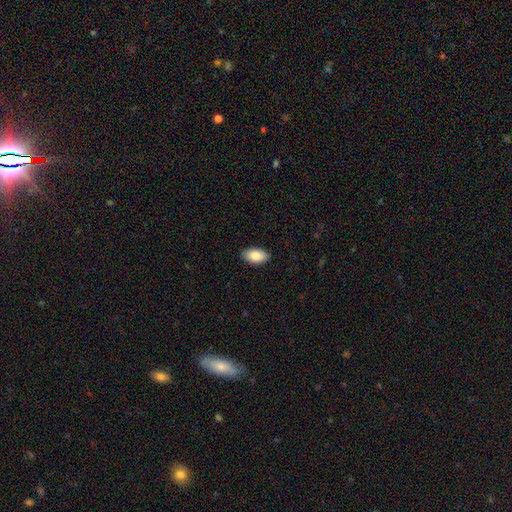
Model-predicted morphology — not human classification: smooth_or_featured: smooth (p=0.86) [alt: featured or disk p=0.07]
how_rounded: in between (p=0.95) [alt: round p=0.03]
merging: none (p=0.89) [alt: minor disturbance p=0.08]